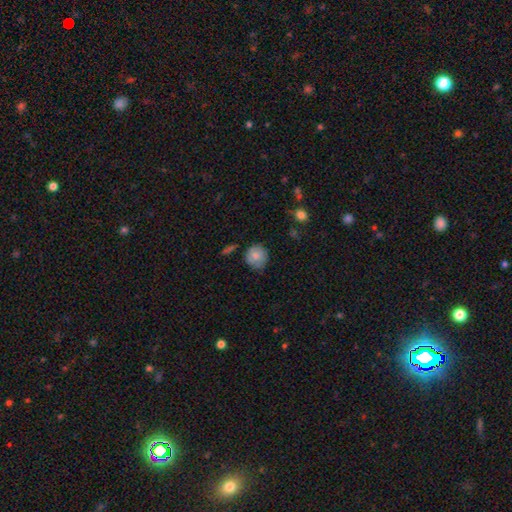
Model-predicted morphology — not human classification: A smooth galaxy with no disk features (80%) that is round (87%).

Vote fractions:
- Smooth or featured? smooth: 80% / featured or disk: 13% / star or artifact: 8%
- How rounded? round: 87% / in between: 12% / cigar-shaped: 1%
- Merging? none: 71% / minor disturbance: 22% / major disturbance: 4% / merger: 2%